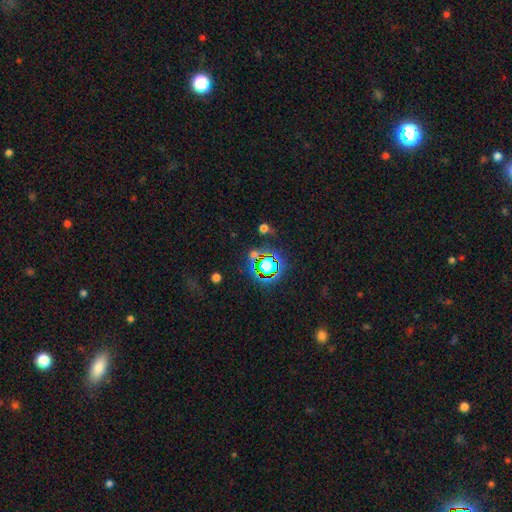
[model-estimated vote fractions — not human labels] This is likely a star or artifact rather than a galaxy (72%).